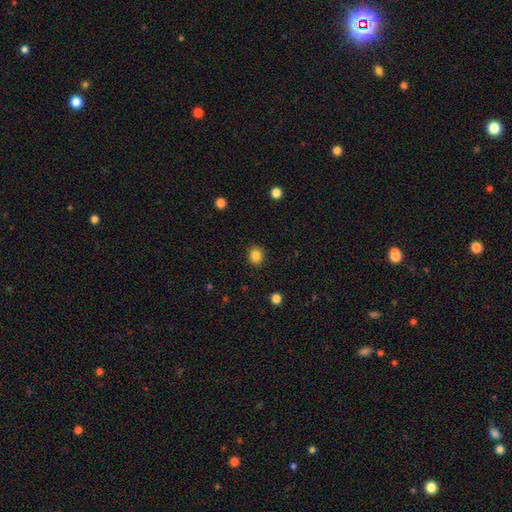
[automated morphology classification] Smooth or featured? smooth (84%)
How rounded? round (78%)
Merging? none (90%)